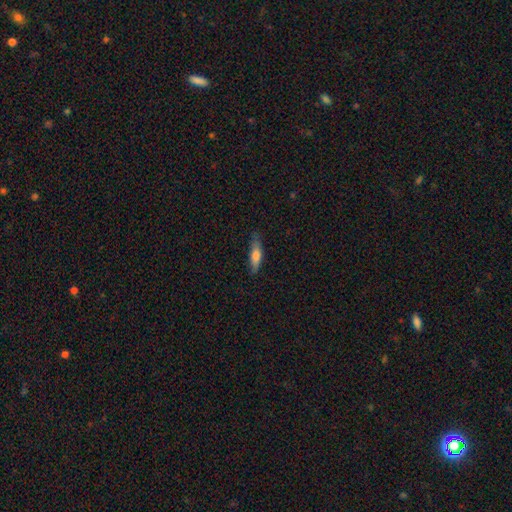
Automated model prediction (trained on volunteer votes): This appears to be a smooth galaxy with no disk features (72%) that is cigar-shaped (62%). Merging: none (75%).